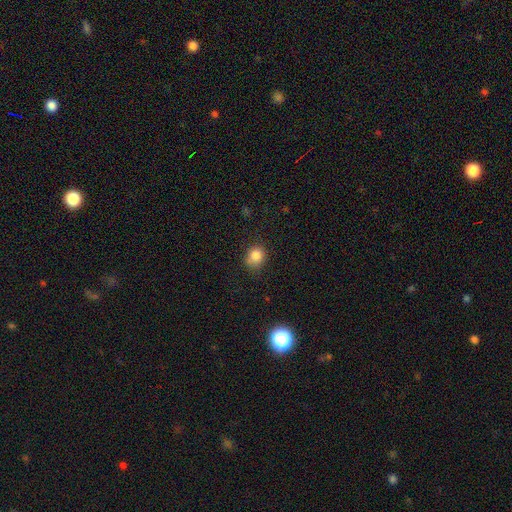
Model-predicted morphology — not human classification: Smooth or featured? Predicted: smooth (p=0.83). How rounded? Predicted: round (p=0.69). Merging? Predicted: none (p=0.65).